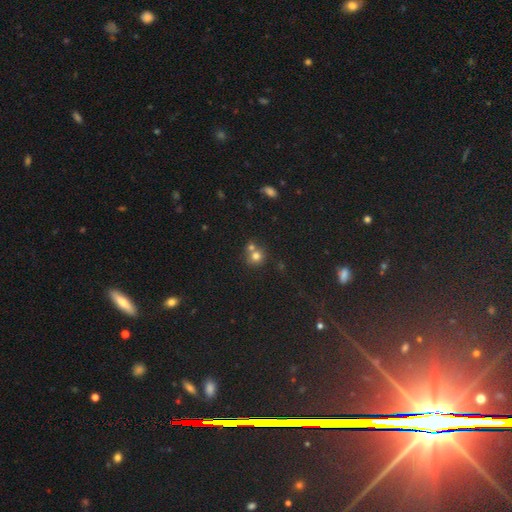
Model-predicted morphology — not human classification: smooth-or-featured: smooth: 74% | star or artifact: 15% | featured or disk: 11%
  how-rounded: round: 86% | in between: 13% | cigar-shaped: 1%
  merging: none: 49% | merger: 40% | minor disturbance: 8% | major disturbance: 3%